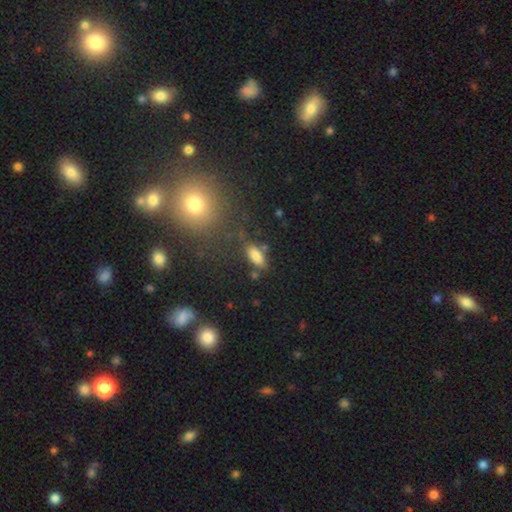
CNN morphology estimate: This is clearly a smooth galaxy (82%). How rounded: likely in between (80%). Merging: likely none (75%).